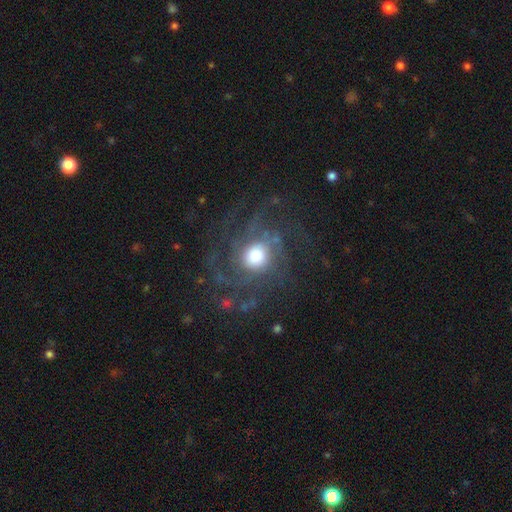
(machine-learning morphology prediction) This appears to be a featured or disk galaxy (75%) with no bar (80%), medium (40%) spiral arms (87%) and a large central bulge (45%). Merging: none (62%).